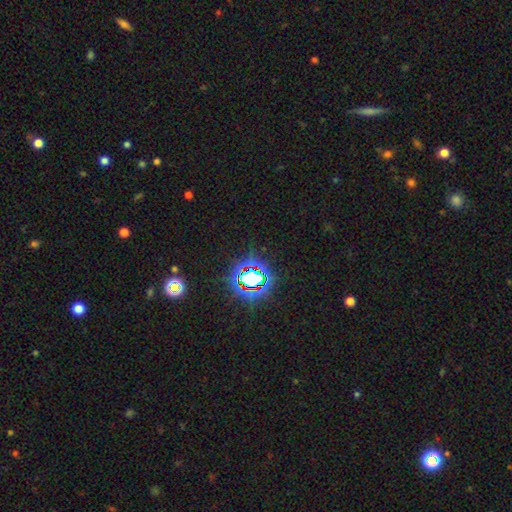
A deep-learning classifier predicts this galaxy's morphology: Smooth or featured: star or artifact — 82% (smooth — 11%)